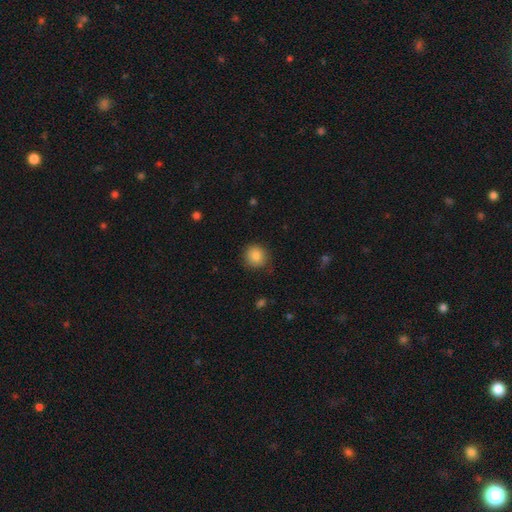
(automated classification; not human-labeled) The model was most divided on "merging": none: 82%, minor disturbance: 14%, major disturbance: 3%, merger: 1%. More confident: how rounded — round (89%); smooth or featured — smooth (86%).